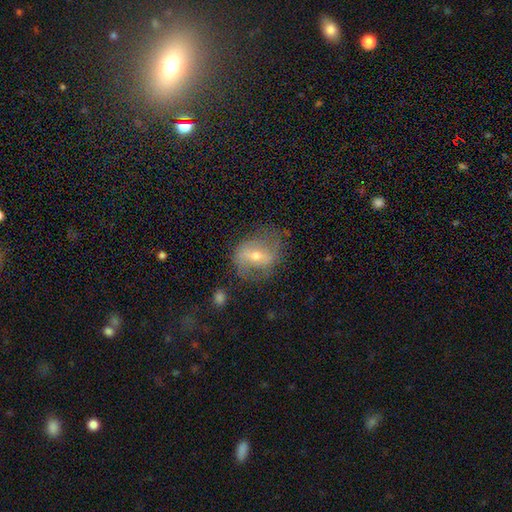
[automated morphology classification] A featured or disk galaxy (65%) with a strong bar (43%), spiral arms (71%) and a moderate central bulge (55%). Merging: none (63%).